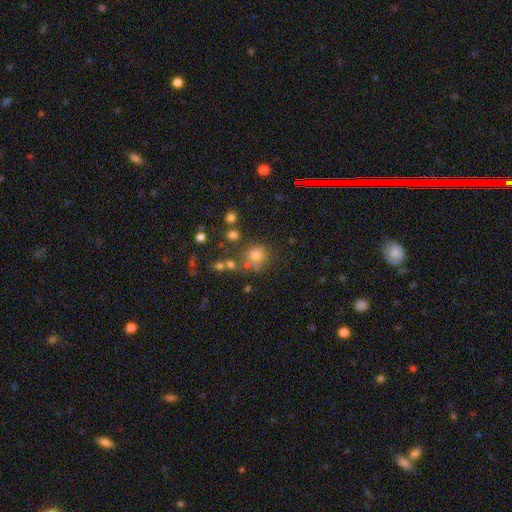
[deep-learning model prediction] Smooth or featured? Predicted: smooth (p=0.73). How rounded? Predicted: round (p=0.85). Merging? Predicted: none (p=0.62).